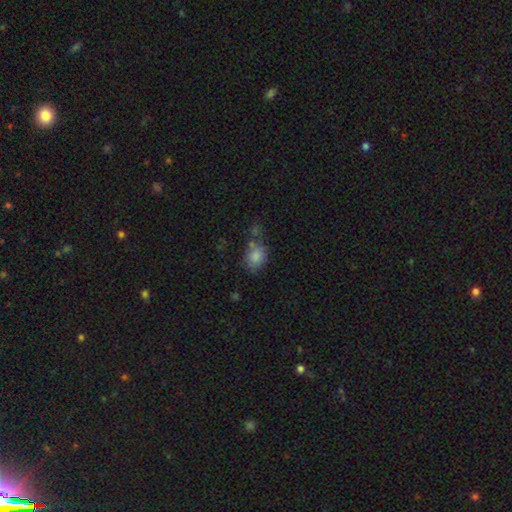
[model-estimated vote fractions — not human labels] Smooth or featured: smooth — 83% (star or artifact — 9%)
How rounded: in between — 59% (round — 40%)
Merging: none — 57% (minor disturbance — 20%)